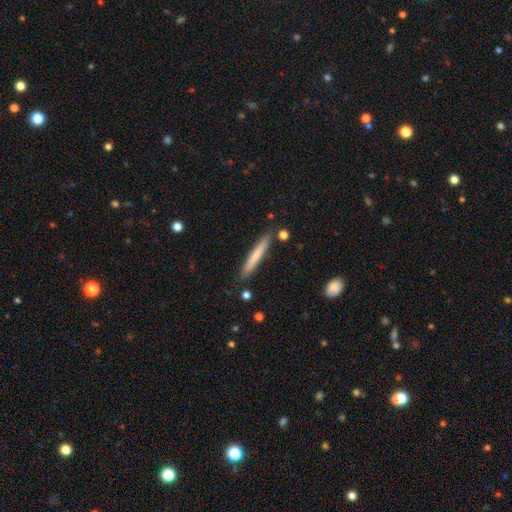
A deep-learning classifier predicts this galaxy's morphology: Smooth or featured: smooth — 64% (featured or disk — 31%)
How rounded: cigar-shaped — 96% (in between — 3%)
Merging: none — 87% (minor disturbance — 9%)